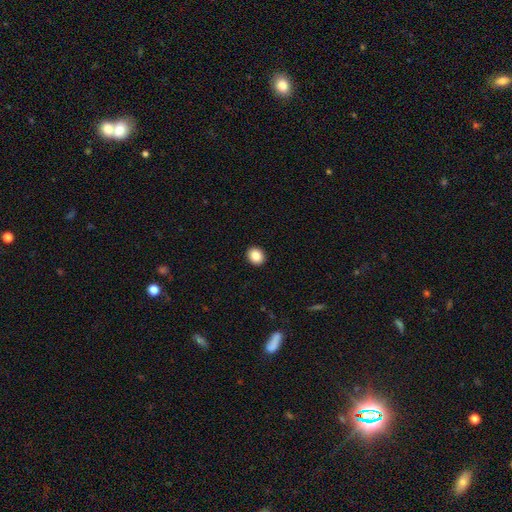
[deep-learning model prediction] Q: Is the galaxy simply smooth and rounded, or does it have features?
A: smooth — 87%.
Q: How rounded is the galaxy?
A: round — 69%.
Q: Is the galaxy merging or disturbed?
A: none — 92%.